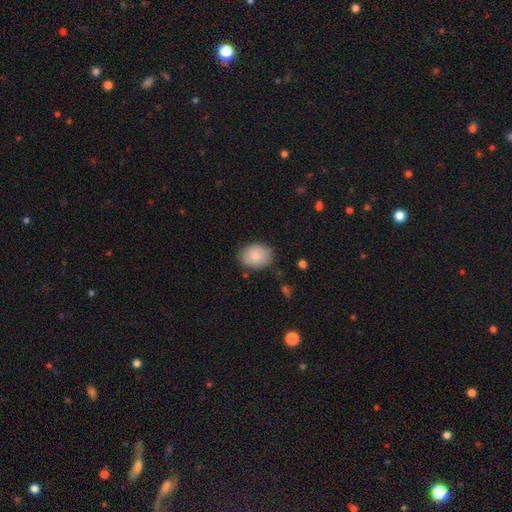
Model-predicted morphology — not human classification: Smooth or featured?
  - smooth: 81% *
  - featured or disk: 12%
  - star or artifact: 7%
How rounded?
  - in between: 66% *
  - round: 33%
  - cigar-shaped: 1%
Merging?
  - none: 82% *
  - minor disturbance: 14%
  - major disturbance: 3%
  - merger: 2%